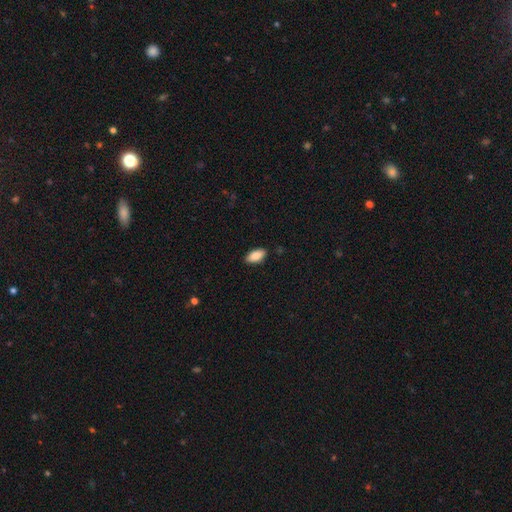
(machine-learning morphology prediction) Smooth or featured? Predicted: smooth (p=0.88). How rounded? Predicted: in between (p=0.91). Merging? Predicted: none (p=0.88).